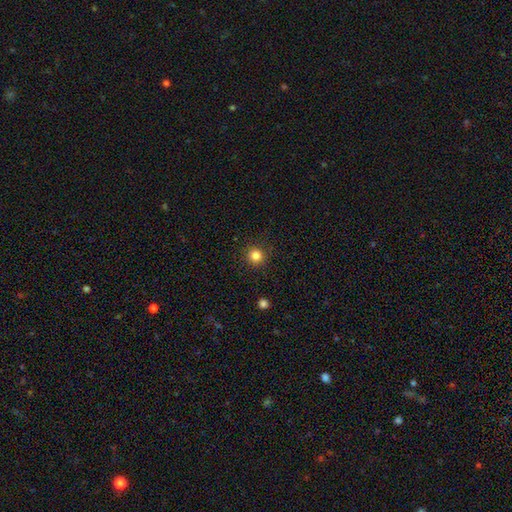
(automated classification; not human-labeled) Smooth or featured? smooth (83%)
How rounded? round (94%)
Merging? none (91%)